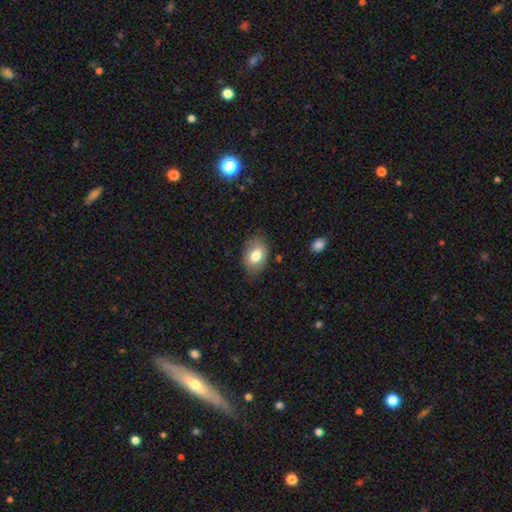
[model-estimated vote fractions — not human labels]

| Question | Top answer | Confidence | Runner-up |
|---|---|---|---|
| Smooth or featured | smooth | 77% | featured or disk (16%) |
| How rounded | in between | 85% | round (14%) |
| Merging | none | 77% | minor disturbance (18%) |